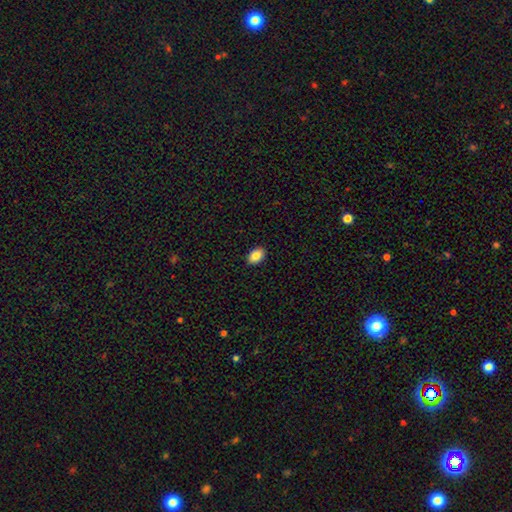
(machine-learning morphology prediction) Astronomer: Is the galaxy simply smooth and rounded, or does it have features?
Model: smooth — 85%.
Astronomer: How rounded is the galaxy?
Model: in between — 87%.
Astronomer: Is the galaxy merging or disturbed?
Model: none — 91%.